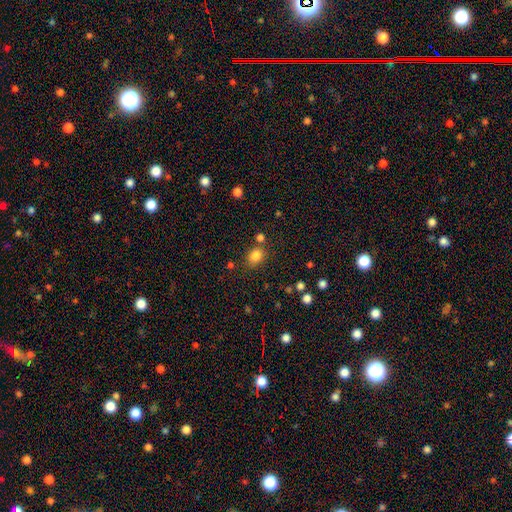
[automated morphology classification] A smooth galaxy with no disk features (83%) that is round (54%). Merging: none (76%).